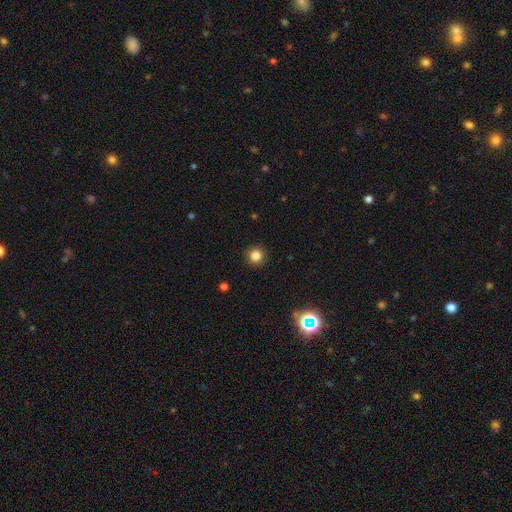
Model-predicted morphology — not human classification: The model was most divided on "smooth or featured": smooth: 83%, star or artifact: 13%, featured or disk: 4%. More confident: how rounded — round (95%); merging — none (92%).